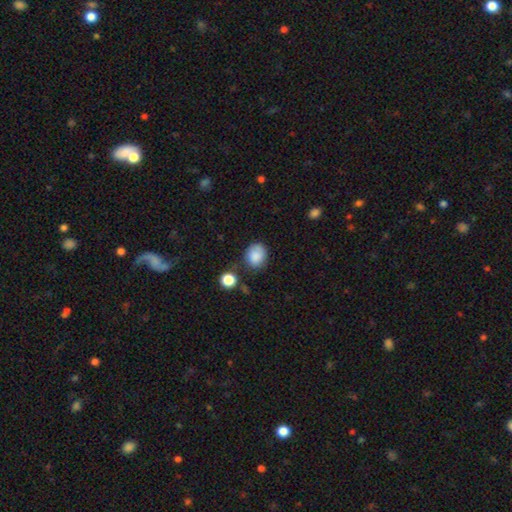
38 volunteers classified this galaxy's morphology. smooth 95%, featured or disk 3%, star or artifact 3%. Down the decision tree: how rounded — round (83%); merging — none (76%).